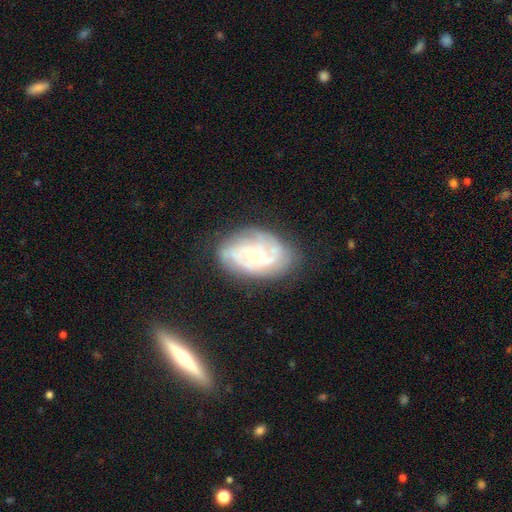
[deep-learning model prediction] Smooth or featured? Predicted: featured or disk (p=0.77). Edge-on disk? Predicted: no (p=0.96). Bar? Predicted: no (p=0.53). Spiral arms? Predicted: yes (p=0.90). Spiral winding? Predicted: tight (p=0.48). Spiral arm count? Predicted: can't tell (p=0.35). Bulge size? Predicted: small (p=0.54). Merging? Predicted: none (p=0.71).